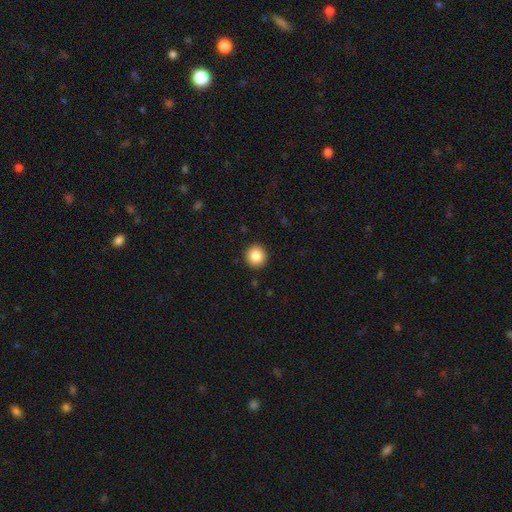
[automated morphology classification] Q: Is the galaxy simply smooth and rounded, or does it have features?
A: smooth — 86%.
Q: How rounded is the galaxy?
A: round — 94%.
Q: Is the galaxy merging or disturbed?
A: none — 93%.